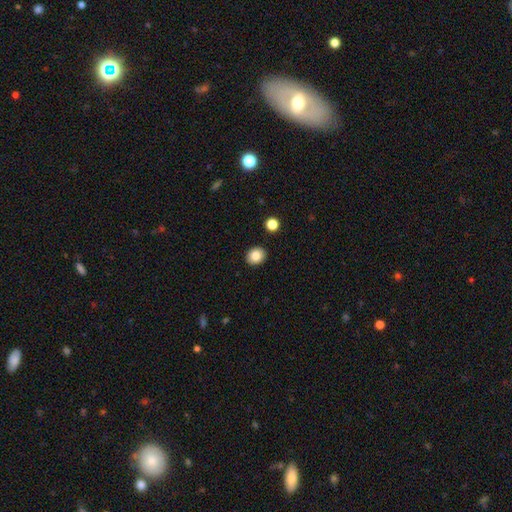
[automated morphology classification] Smooth or featured? smooth (86%)
How rounded? round (66%)
Merging? none (90%)